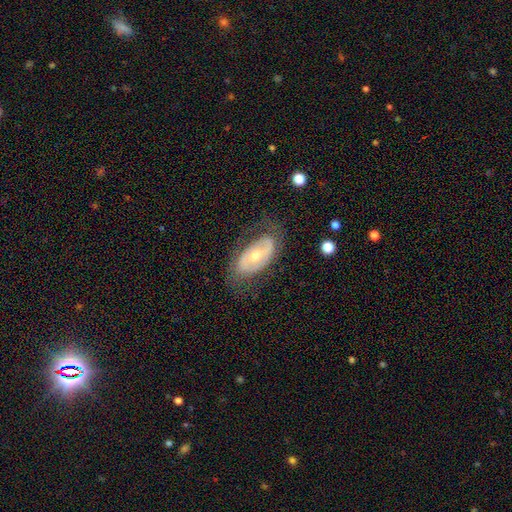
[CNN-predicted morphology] smooth-or-featured: featured or disk: 69% | smooth: 25% | star or artifact: 6%
  disk-edge-on: no: 91% | yes: 9%
    bar: no: 62% | weak: 25% | strong: 13%
    has-spiral-arms: yes: 52% | no: 48%
    bulge-size: moderate: 59% | small: 36% | large: 3% | none: 1% | dominant: 1%
  merging: none: 68% | minor disturbance: 20% | major disturbance: 11% | merger: 1%